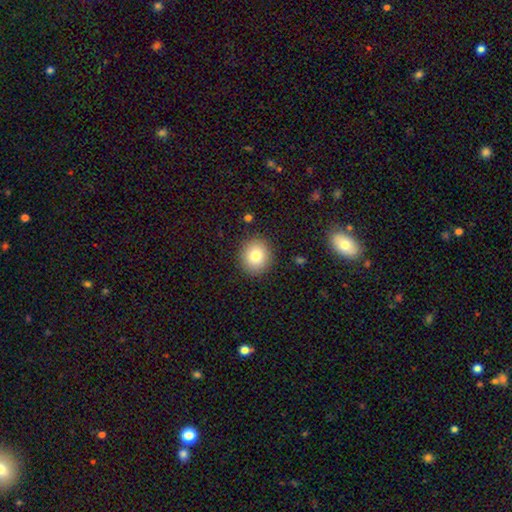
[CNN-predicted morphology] Q: Smooth or featured?
A: smooth (80%); runner-up: star or artifact (10%)
Q: How rounded?
A: round (86%); runner-up: in between (13%)
Q: Merging?
A: none (90%); runner-up: minor disturbance (7%)